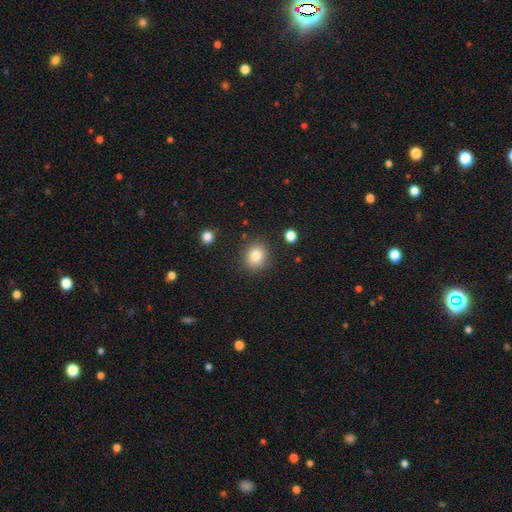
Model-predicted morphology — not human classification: smooth-or-featured: smooth: 82% | star or artifact: 11% | featured or disk: 8%
  how-rounded: round: 76% | in between: 23% | cigar-shaped: 1%
  merging: none: 86% | minor disturbance: 8% | major disturbance: 3% | merger: 2%